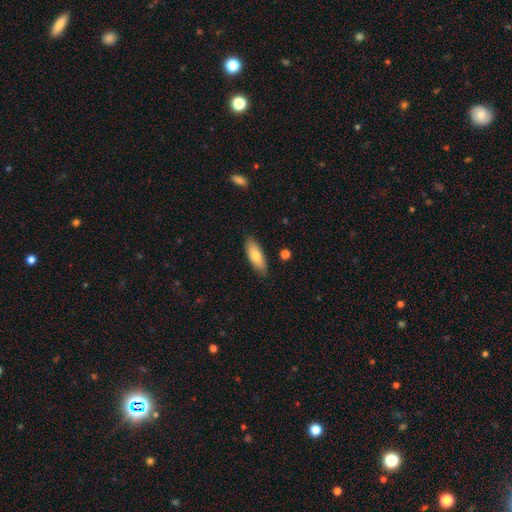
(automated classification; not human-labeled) smooth-or-featured: smooth: 75% | featured or disk: 18% | star or artifact: 6%
  how-rounded: in between: 70% | cigar-shaped: 28% | round: 2%
  merging: none: 85% | minor disturbance: 11% | major disturbance: 2% | merger: 2%